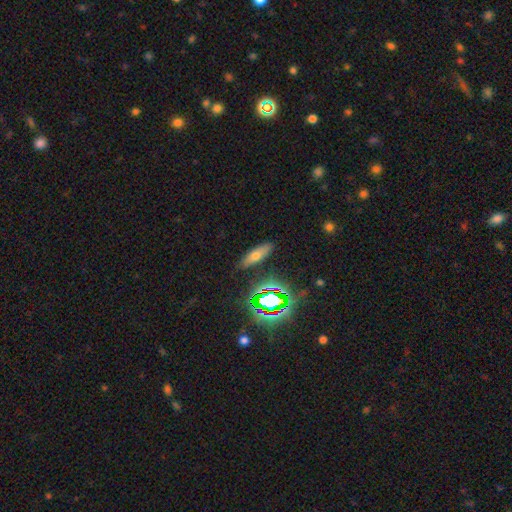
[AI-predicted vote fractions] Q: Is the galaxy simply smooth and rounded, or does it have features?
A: smooth — 55%.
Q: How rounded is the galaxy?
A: cigar-shaped — 49%.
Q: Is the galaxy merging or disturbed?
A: none — 86%.